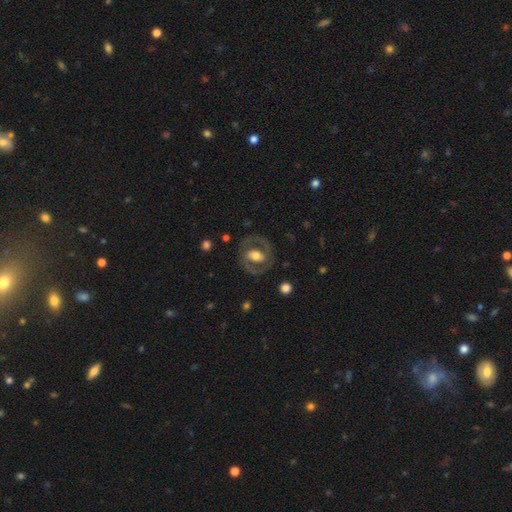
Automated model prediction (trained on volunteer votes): Smooth or featured? featured or disk (67%)
Edge-on disk? no (95%)
Bar? no (44%)
Spiral arms? yes (50%, tied with no)
Bulge size? moderate (59%)
Merging? none (76%)